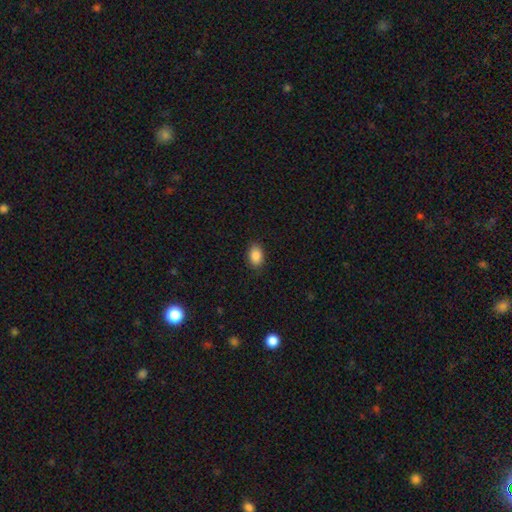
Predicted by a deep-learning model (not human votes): This is clearly a smooth galaxy (88%). How rounded: clearly in between (85%). Merging: clearly none (87%).